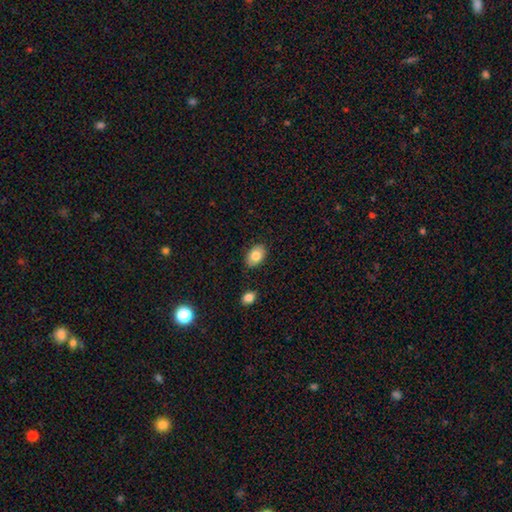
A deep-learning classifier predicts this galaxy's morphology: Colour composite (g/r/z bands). It shows a smooth galaxy with no disk features (82%) that is in between round and cigar-shaped (86%). Merging: none (84%).